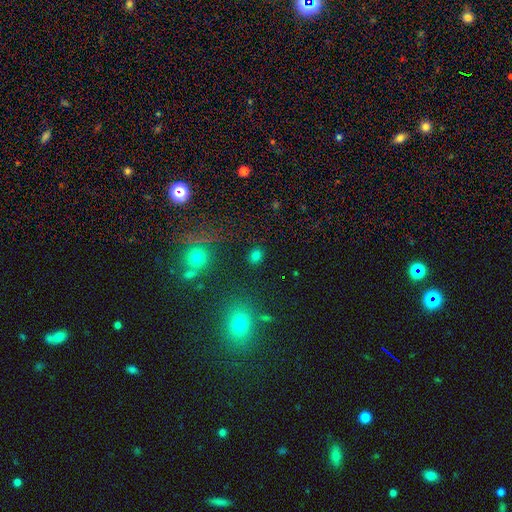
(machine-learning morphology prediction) Smooth or featured? Predicted: smooth (p=0.77). How rounded? Predicted: round (p=0.61). Merging? Predicted: none (p=0.87).